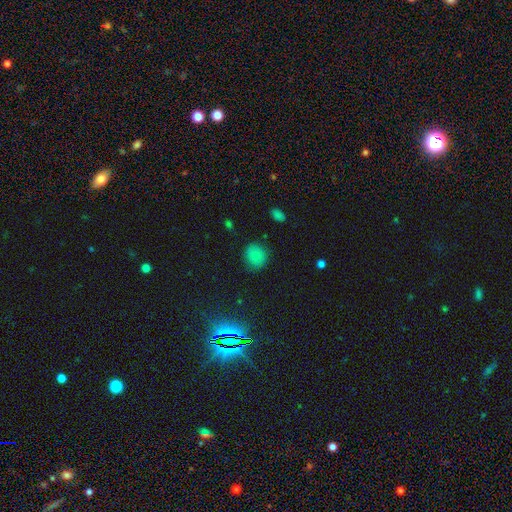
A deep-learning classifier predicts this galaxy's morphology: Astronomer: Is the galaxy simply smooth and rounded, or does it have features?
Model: smooth — 80%.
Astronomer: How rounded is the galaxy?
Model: round — 83%.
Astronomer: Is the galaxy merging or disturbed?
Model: none — 84%.